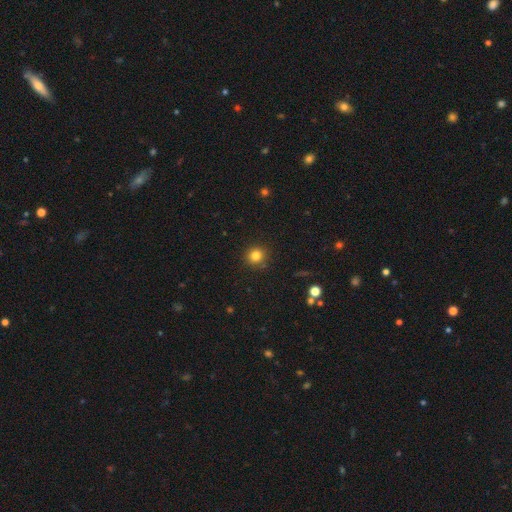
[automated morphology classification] Smooth or featured? Predicted: smooth (p=0.82). How rounded? Predicted: round (p=0.91). Merging? Predicted: none (p=0.89).